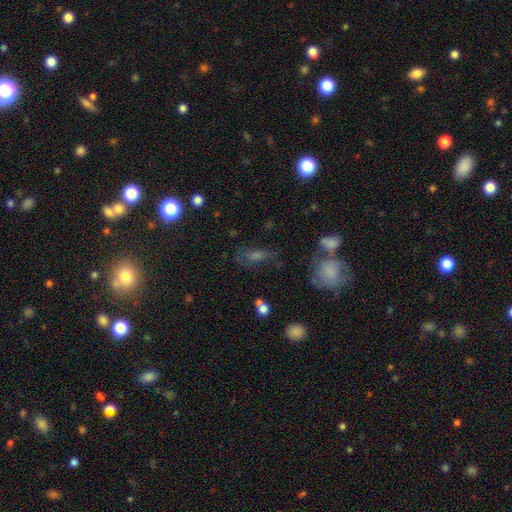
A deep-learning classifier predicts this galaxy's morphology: The model was most divided on "smooth or featured": smooth: 42%, featured or disk: 31%, star or artifact: 28%. More confident: merging — none (61%).